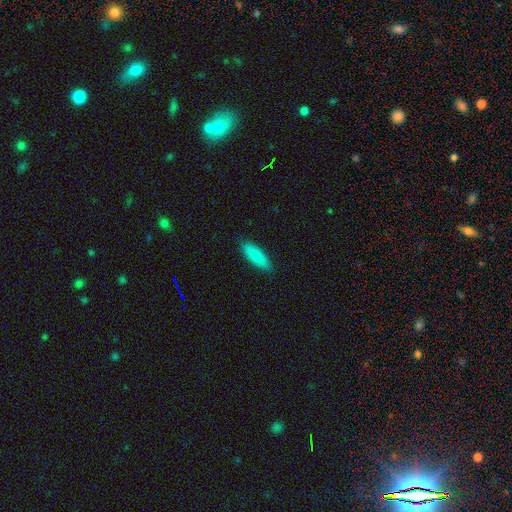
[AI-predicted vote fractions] This appears to be a smooth galaxy with no disk features (84%) that is in between round and cigar-shaped (61%). Merging: none (86%).